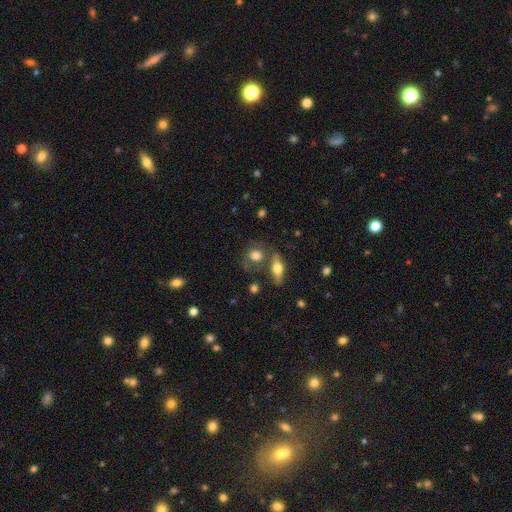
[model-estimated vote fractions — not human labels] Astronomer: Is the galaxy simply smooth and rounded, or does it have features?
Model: smooth — 68%.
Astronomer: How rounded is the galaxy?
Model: round — 54% (runner-up: in between, 42%).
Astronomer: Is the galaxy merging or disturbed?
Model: none — 55%.